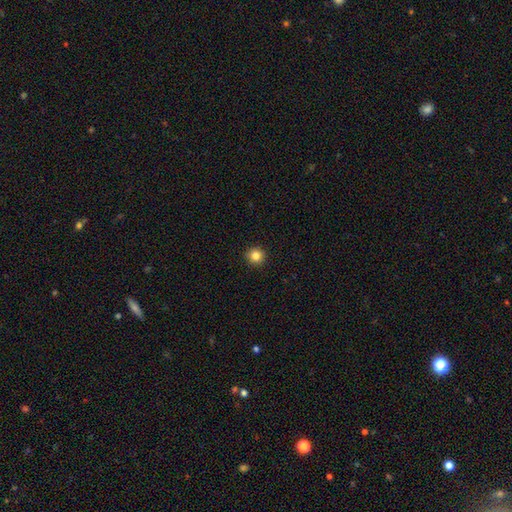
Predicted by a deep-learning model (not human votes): This appears to be a smooth galaxy with no disk features (84%) that is round (94%). Merging: none (93%).